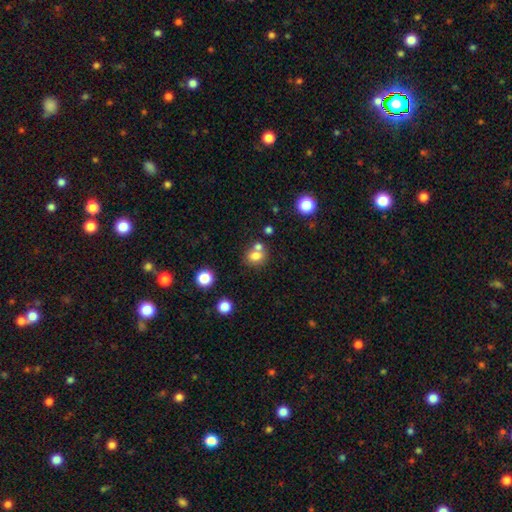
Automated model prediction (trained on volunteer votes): Overall: smooth (76%). How rounded: round (58%; in between 41%). Merging: none (49%; merger 37%).